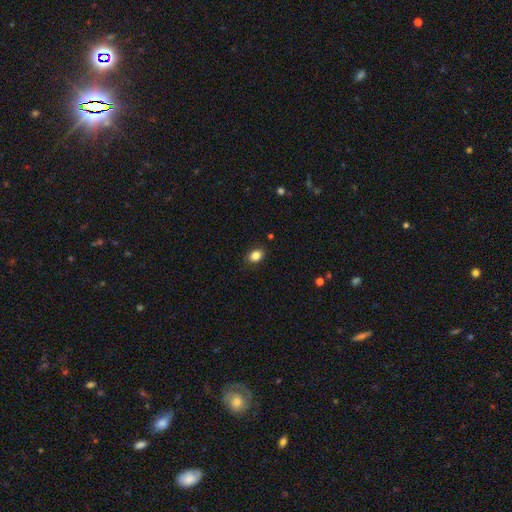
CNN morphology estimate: smooth_or_featured: smooth (p=0.85) [alt: star or artifact p=0.09]
how_rounded: in between (p=0.73) [alt: round p=0.26]
merging: none (p=0.87) [alt: minor disturbance p=0.10]